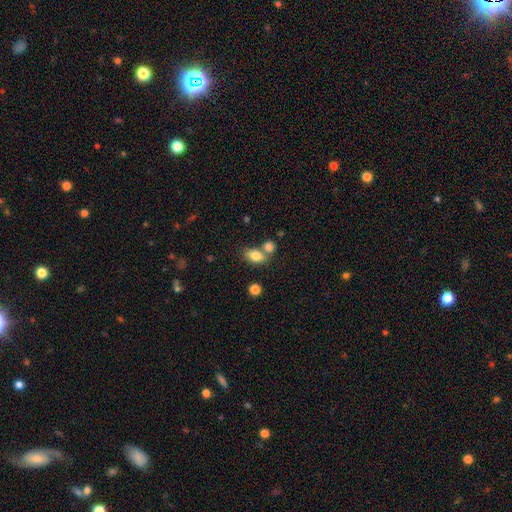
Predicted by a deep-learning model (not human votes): smooth 80%, featured or disk 11%, star or artifact 9%. Down the decision tree: how rounded — in between (83%); merging — none (48%).